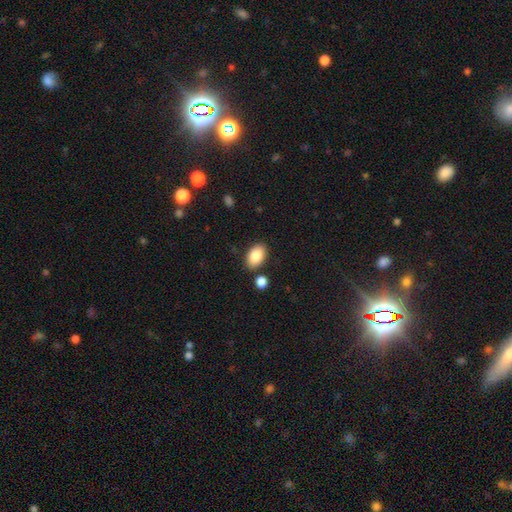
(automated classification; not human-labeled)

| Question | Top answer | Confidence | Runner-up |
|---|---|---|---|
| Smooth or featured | smooth | 86% | featured or disk (7%) |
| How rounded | in between | 91% | round (7%) |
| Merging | none | 84% | minor disturbance (9%) |